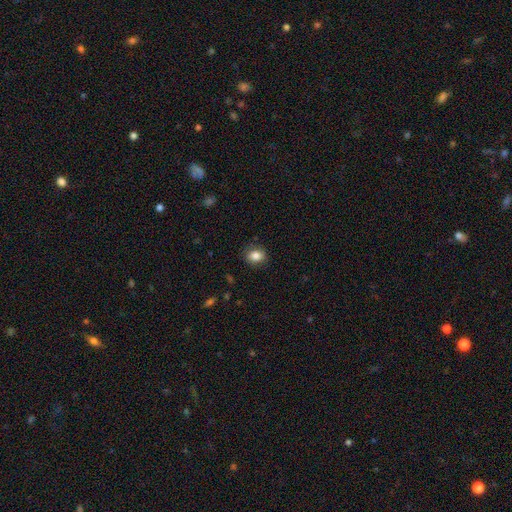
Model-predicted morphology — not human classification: A smooth galaxy with no disk features (82%) that is in between round and cigar-shaped (53%). Merging: none (83%).